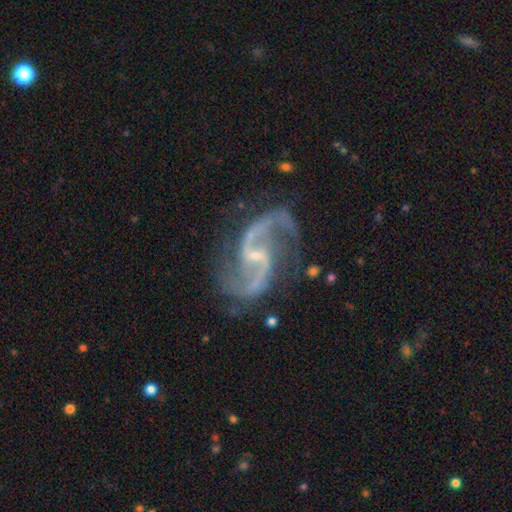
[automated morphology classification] A featured or disk galaxy (94%) with a weak bar (51%), 2 (94%) loose (53%) spiral arms (98%) and a small central bulge (72%). Merging: none (74%).